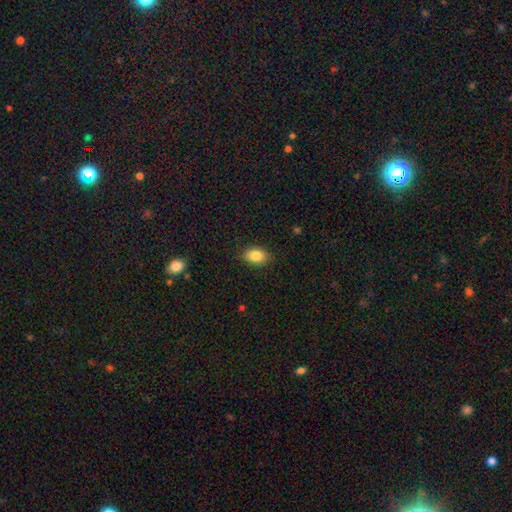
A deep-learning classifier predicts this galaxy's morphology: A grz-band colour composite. It shows a smooth galaxy with no disk features (85%) that is in between round and cigar-shaped (84%). Merging: none (87%).